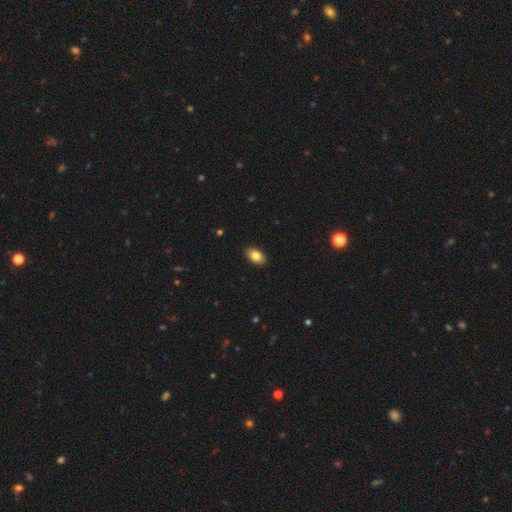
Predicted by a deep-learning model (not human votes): Overall: smooth (81%). How rounded: in between (90%). Merging: none (89%).